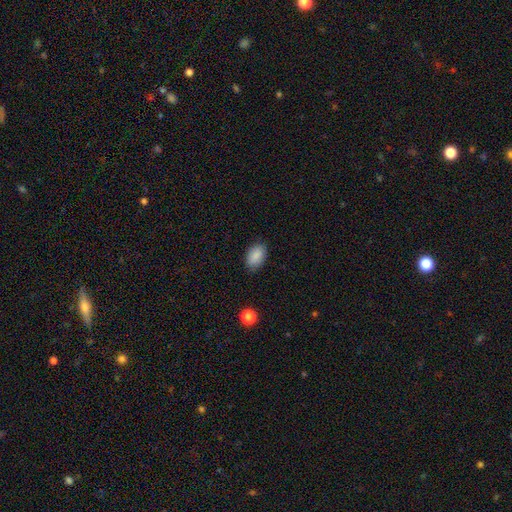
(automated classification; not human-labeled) A smooth galaxy with no disk features (88%) that is in between round and cigar-shaped (89%). Merging: none (85%).